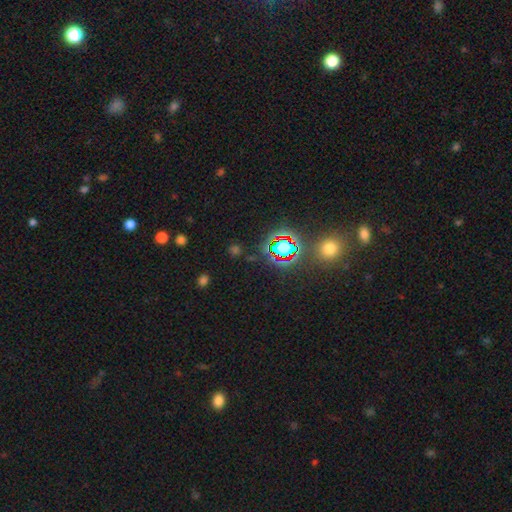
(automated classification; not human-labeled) Smooth or featured? Predicted: star or artifact (p=0.76).